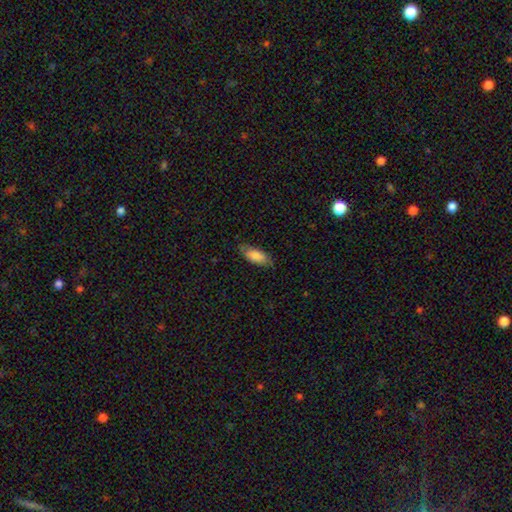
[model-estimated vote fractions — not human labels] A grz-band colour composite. It shows a smooth galaxy with no disk features (83%) that is in between round and cigar-shaped (82%). Merging: none (76%).